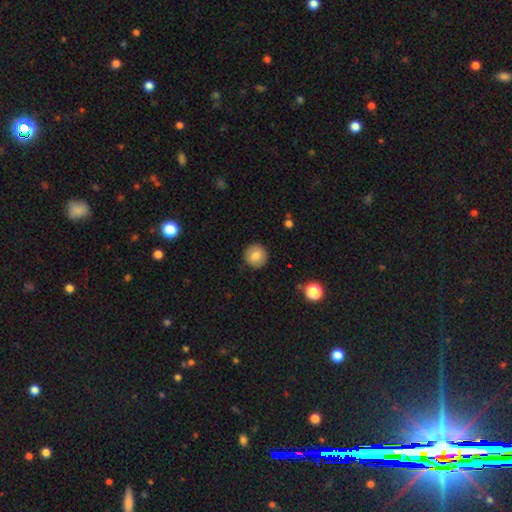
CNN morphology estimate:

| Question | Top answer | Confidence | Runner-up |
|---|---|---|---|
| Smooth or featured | smooth | 80% | featured or disk (11%) |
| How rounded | round | 94% | in between (6%) |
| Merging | none | 90% | minor disturbance (7%) |